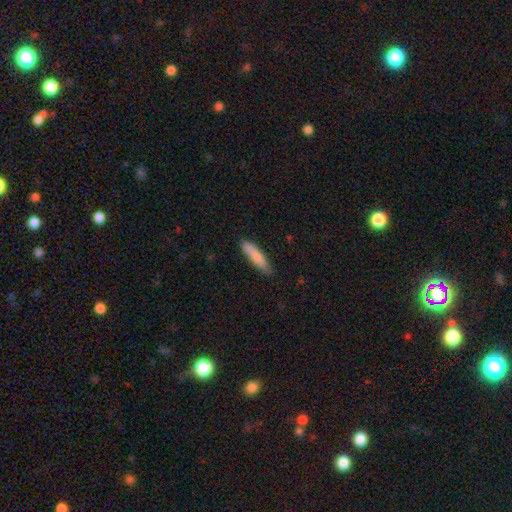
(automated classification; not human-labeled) This appears to be a smooth galaxy with no disk features (82%) that is cigar-shaped (76%). Merging: none (82%).